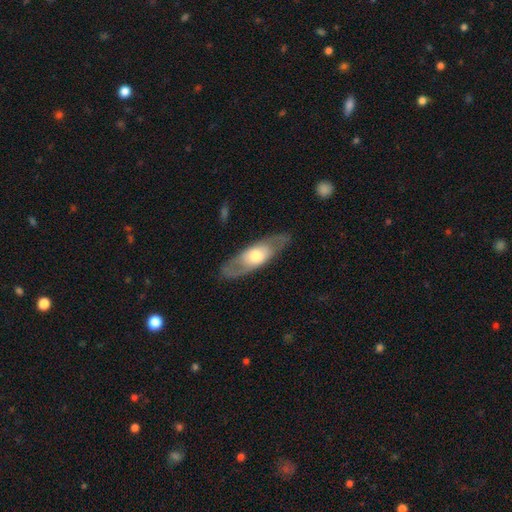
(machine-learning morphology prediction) A featured or disk galaxy (54%). Merging: none (80%).